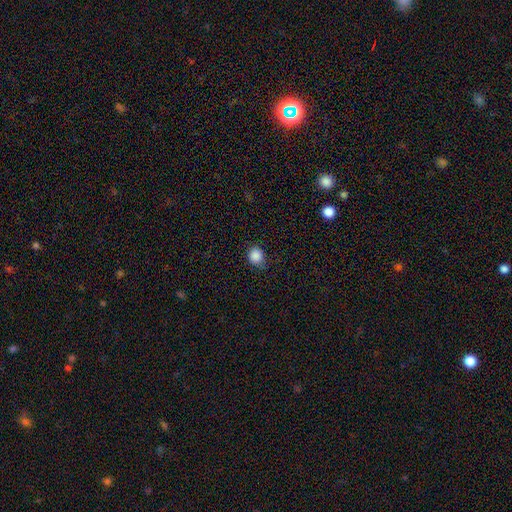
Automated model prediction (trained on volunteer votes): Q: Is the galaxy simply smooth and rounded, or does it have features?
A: smooth — 87%.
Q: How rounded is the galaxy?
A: round — 82%.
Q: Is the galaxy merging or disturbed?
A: none — 78%.